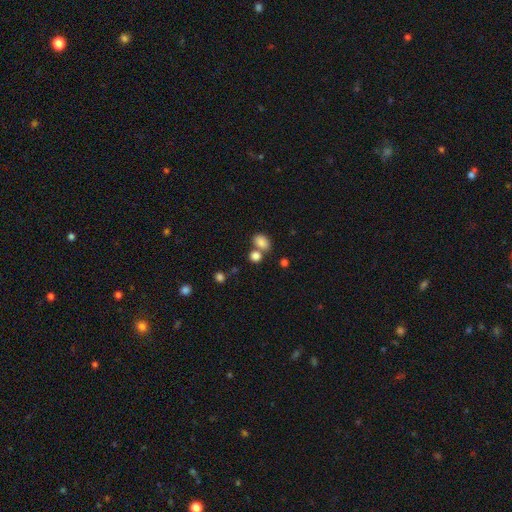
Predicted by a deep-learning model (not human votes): smooth_or_featured: smooth (p=0.83) [alt: star or artifact p=0.11]
how_rounded: in between (p=0.53) [alt: round p=0.46]
merging: none (p=0.48) [alt: merger p=0.39]